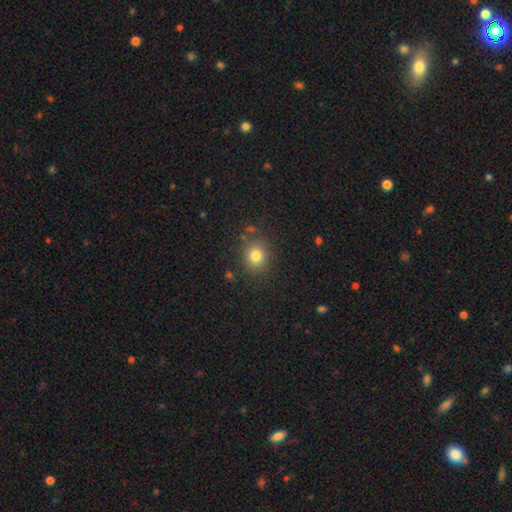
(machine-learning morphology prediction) This appears to be a smooth galaxy with no disk features (80%) that is round (77%). Merging: none (84%).